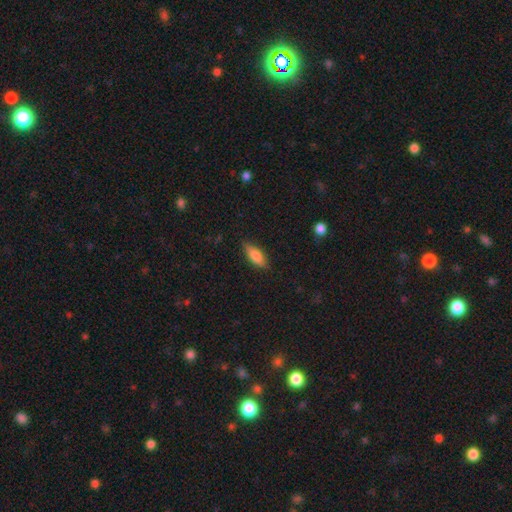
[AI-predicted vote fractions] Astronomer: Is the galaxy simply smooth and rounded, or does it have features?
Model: smooth — 76%.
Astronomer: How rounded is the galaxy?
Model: in between — 68%.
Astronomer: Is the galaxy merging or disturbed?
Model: none — 82%.